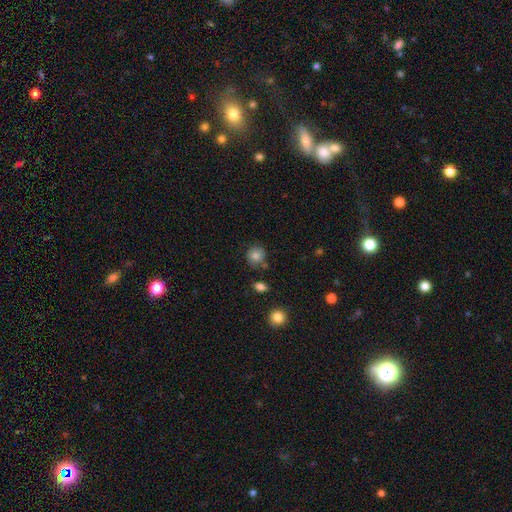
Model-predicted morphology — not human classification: Smooth or featured?
  - smooth: 81% *
  - star or artifact: 10%
  - featured or disk: 9%
How rounded?
  - round: 87% *
  - in between: 12%
  - cigar-shaped: 1%
Merging?
  - none: 77% *
  - minor disturbance: 14%
  - merger: 6%
  - major disturbance: 3%